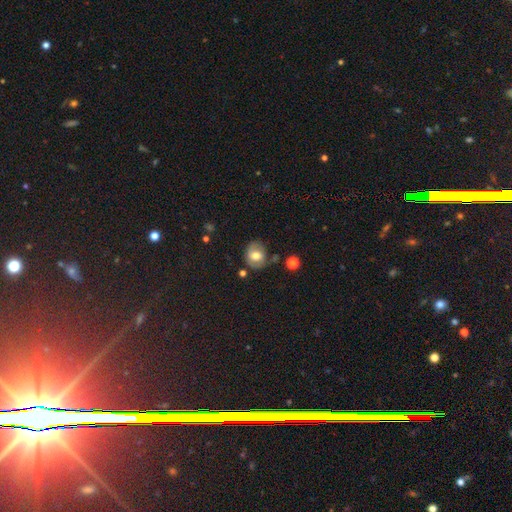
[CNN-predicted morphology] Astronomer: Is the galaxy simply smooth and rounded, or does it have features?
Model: smooth — 58%.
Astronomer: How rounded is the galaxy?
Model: round — 64%.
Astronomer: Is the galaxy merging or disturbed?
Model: none — 60%.